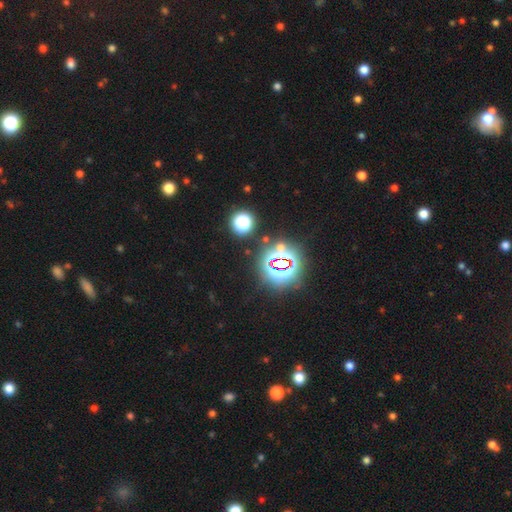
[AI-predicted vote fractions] Overall: star or artifact (83%).